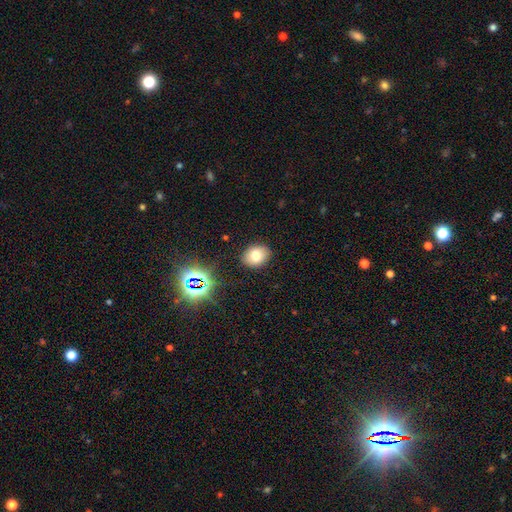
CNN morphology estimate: This is likely a smooth galaxy (75%). How rounded: likely in between (61%). Merging: clearly none (88%).